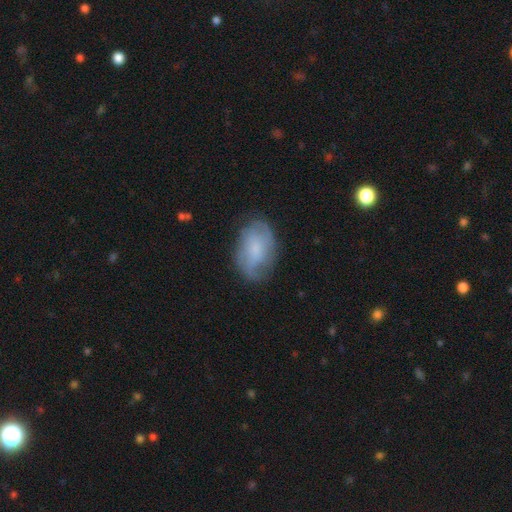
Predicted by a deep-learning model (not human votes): Smooth or featured: smooth — 47% (featured or disk — 44%)
Merging: none — 73% (minor disturbance — 19%)